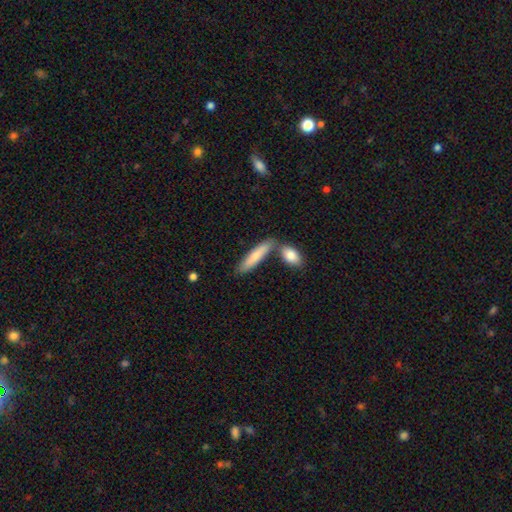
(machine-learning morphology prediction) The model was most divided on "merging": none: 60%, merger: 24%, minor disturbance: 12%, major disturbance: 3%. More confident: smooth or featured — smooth (77%); how rounded — cigar-shaped (74%).